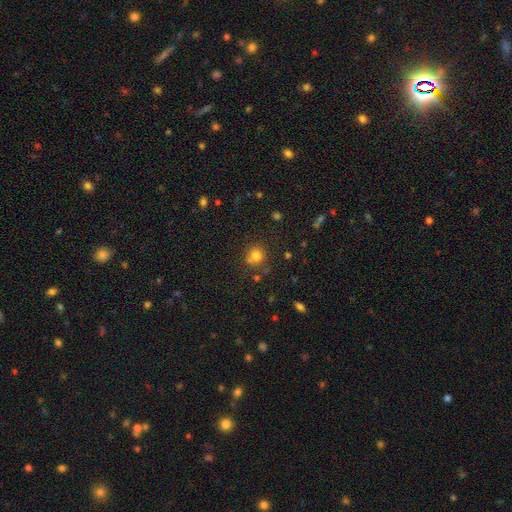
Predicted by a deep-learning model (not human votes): Smooth or featured: smooth — 77% (star or artifact — 15%)
How rounded: round — 86% (in between — 13%)
Merging: none — 68% (minor disturbance — 14%)